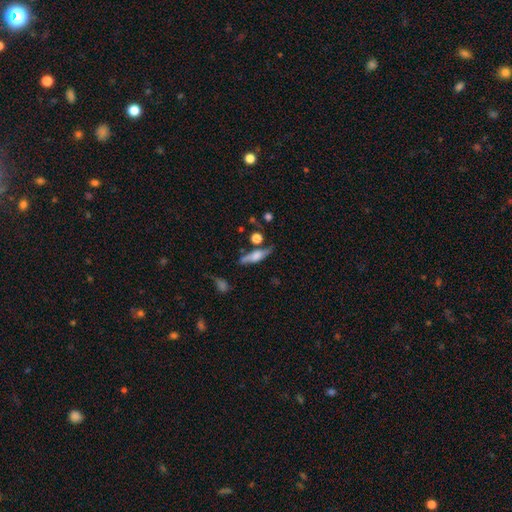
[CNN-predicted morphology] type=smooth (47%); merging=none (63%).